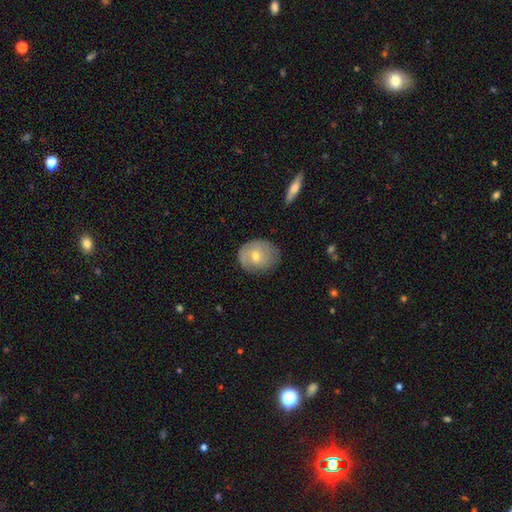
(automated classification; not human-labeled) smooth_or_featured: smooth (p=0.50) [alt: featured or disk p=0.42]
how_rounded: round (p=0.64) [alt: in between p=0.35]
merging: none (p=0.70) [alt: minor disturbance p=0.23]